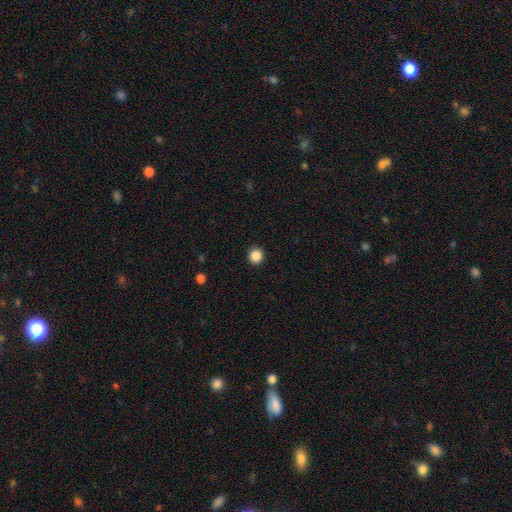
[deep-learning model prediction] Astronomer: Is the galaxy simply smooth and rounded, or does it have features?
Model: smooth — 87%.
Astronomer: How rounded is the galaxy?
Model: round — 94%.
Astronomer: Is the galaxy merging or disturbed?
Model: none — 93%.